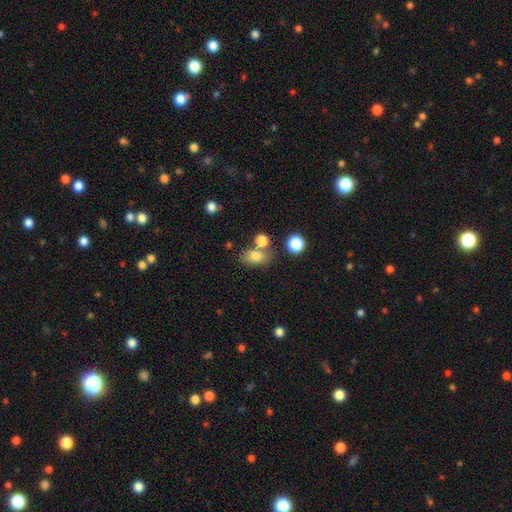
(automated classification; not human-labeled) This is likely a smooth galaxy (79%). How rounded: likely in between (77%). Merging: likely none (60%).